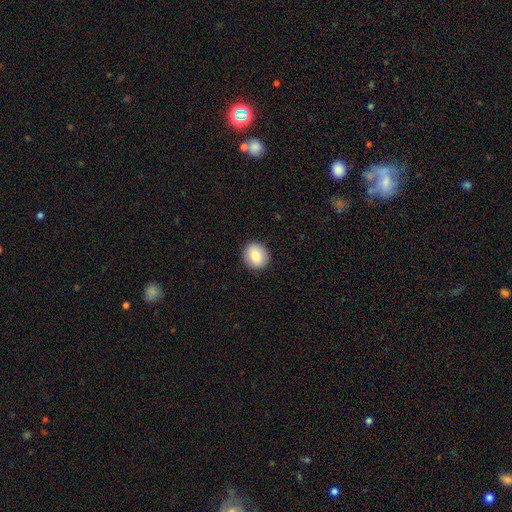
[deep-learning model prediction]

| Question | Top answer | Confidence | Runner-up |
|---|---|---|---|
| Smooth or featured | smooth | 81% | featured or disk (11%) |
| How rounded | round | 82% | in between (17%) |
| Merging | none | 91% | minor disturbance (6%) |